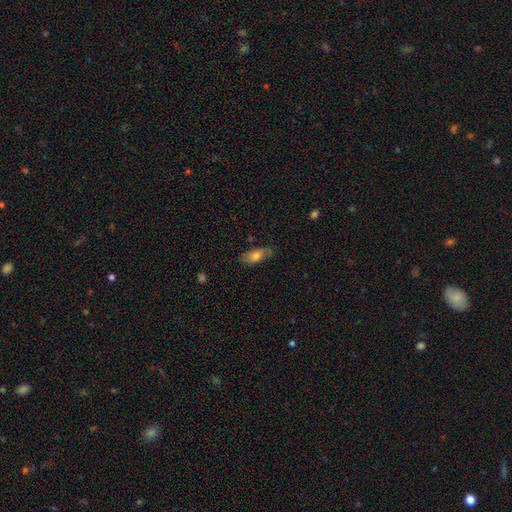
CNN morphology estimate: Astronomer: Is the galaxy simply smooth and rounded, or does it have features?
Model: smooth — 65%.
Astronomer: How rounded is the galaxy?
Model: in between — 82%.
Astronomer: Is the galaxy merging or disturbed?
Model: none — 69%.